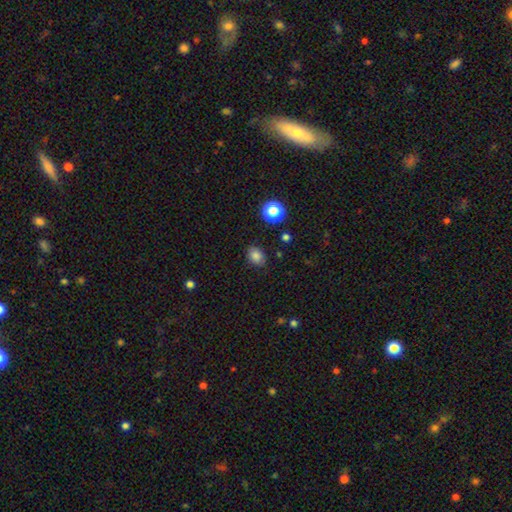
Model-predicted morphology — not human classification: A smooth galaxy with no disk features (82%) that is in between round and cigar-shaped (60%). Merging: none (83%).